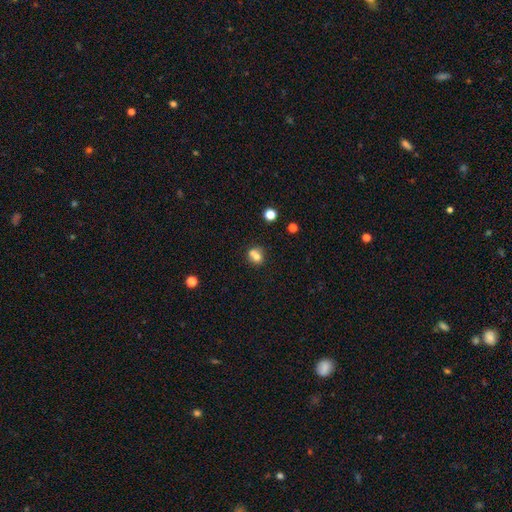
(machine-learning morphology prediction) The model was most divided on "merging": merger: 51%, none: 36%, minor disturbance: 9%, major disturbance: 4%. More confident: how rounded — round (73%); smooth or featured — smooth (71%).